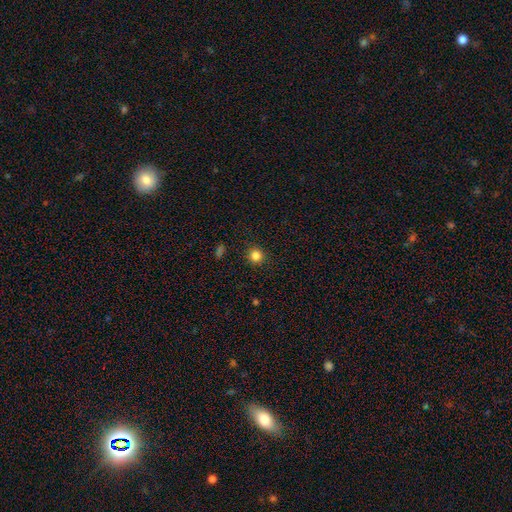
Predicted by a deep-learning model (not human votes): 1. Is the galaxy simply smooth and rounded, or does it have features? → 83% smooth, 13% star or artifact, 4% featured or disk.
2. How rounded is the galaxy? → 94% round, 5% in between, 1% cigar-shaped.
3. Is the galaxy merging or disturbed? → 91% none, 6% minor disturbance, 2% major disturbance, 1% merger.